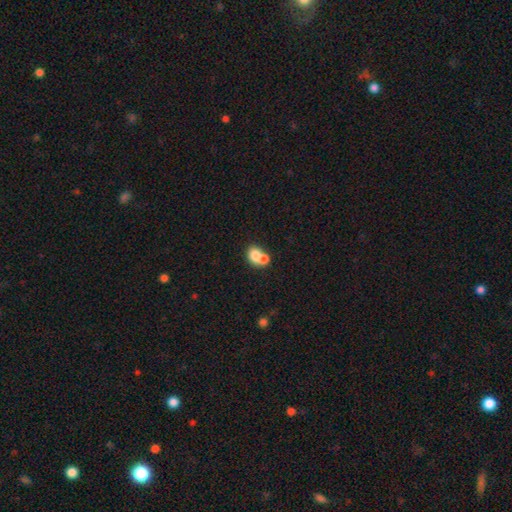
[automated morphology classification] This is likely a smooth galaxy (75%). How rounded: possibly round (57%). Merging: likely merger (64%).